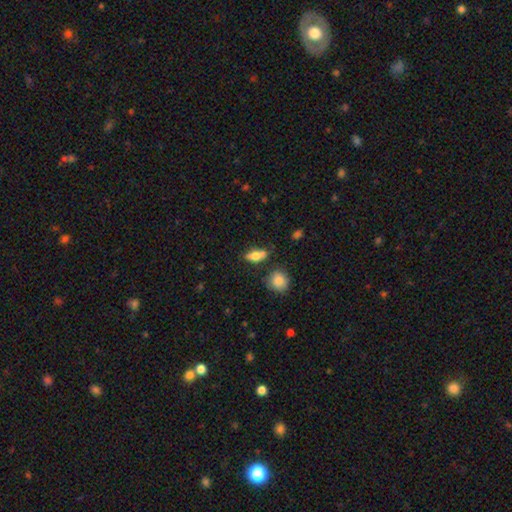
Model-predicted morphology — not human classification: This appears to be a smooth galaxy with no disk features (77%) that is in between round and cigar-shaped (81%). Merging: none (63%).